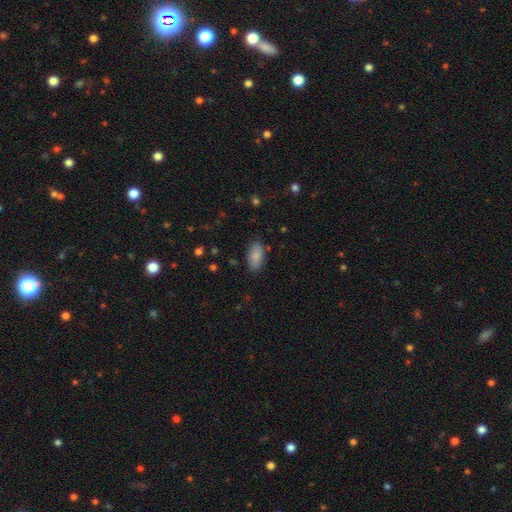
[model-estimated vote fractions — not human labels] Overall: smooth (87%). How rounded: in between (92%). Merging: none (85%).